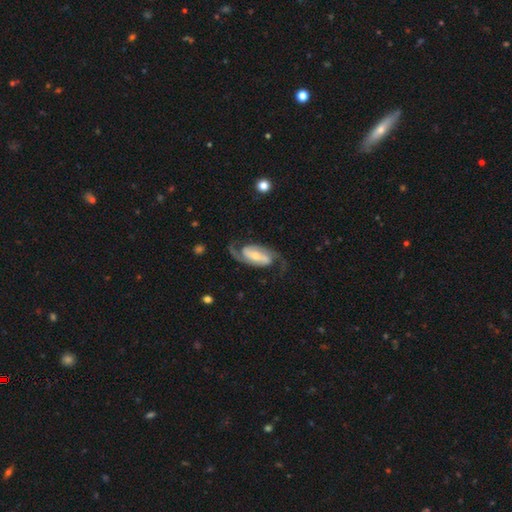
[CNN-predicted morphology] A featured or disk galaxy (89%) with a strong bar (43%), 2 (93%) medium (51%) spiral arms (97%) and a small central bulge (50%). Merging: none (75%).